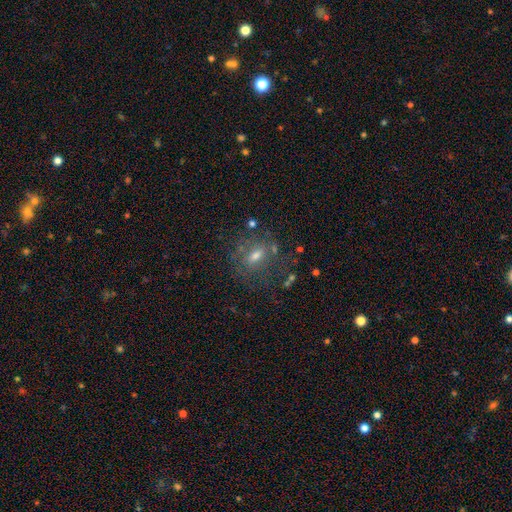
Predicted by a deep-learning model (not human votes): smooth_or_featured: smooth (p=0.43) [alt: featured or disk p=0.38]
merging: none (p=0.63) [alt: minor disturbance p=0.18]